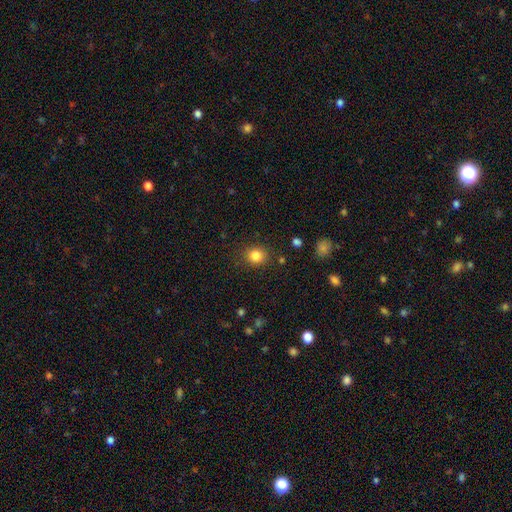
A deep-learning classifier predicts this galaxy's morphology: Smooth or featured? smooth (83%)
How rounded? round (73%)
Merging? none (86%)